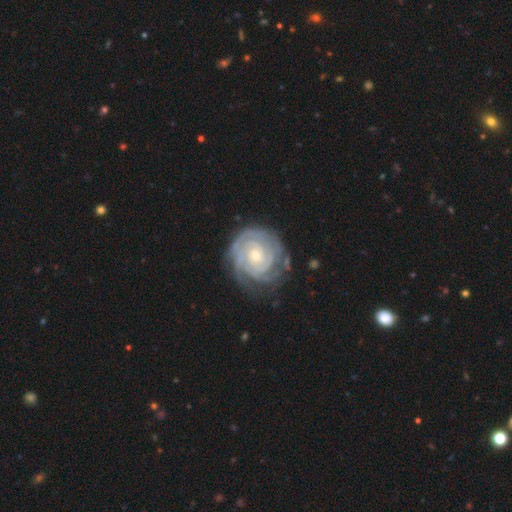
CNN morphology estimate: Smooth or featured?
  - featured or disk: 88% *
  - smooth: 7%
  - star or artifact: 5%
Edge-on disk?
  - no: 98% *
  - yes: 2%
Bar?
  - no: 73% *
  - weak: 21%
  - strong: 6%
Spiral arms?
  - yes: 97% *
  - no: 3%
Spiral winding?
  - tight: 83% *
  - medium: 15%
  - loose: 3%
Spiral arm count?
  - can't tell: 28% *
  - 3: 22%
  - 2: 19%
  - 4: 17%
  - more than 4: 7%
  - 1: 6%
Bulge size?
  - small: 69% *
  - moderate: 27%
  - large: 2%
  - none: 1%
  - dominant: 1%
Merging?
  - none: 72% *
  - minor disturbance: 18%
  - major disturbance: 8%
  - merger: 2%